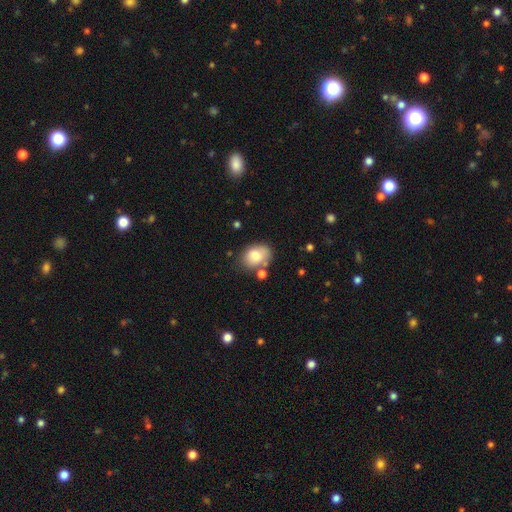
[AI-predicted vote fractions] Q: Smooth or featured?
A: smooth (78%); runner-up: featured or disk (14%)
Q: How rounded?
A: in between (71%); runner-up: round (28%)
Q: Merging?
A: none (59%); runner-up: minor disturbance (21%)